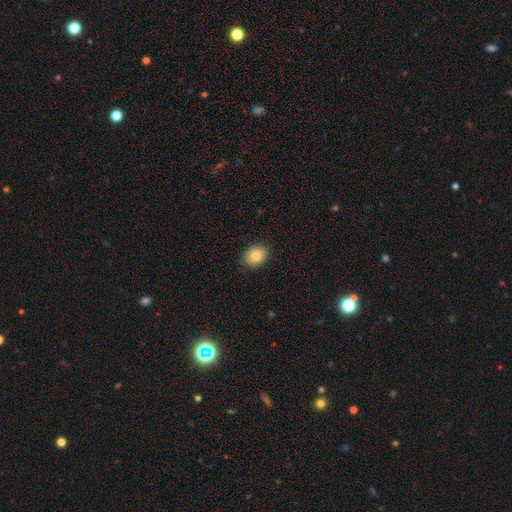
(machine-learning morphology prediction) This appears to be a smooth galaxy with no disk features (84%) that is round (50%). Merging: none (87%).